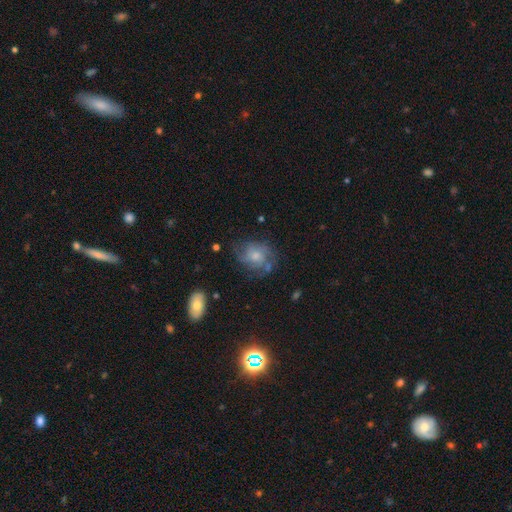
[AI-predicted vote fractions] The model was most divided on "bulge size": moderate: 44%, small: 42%, large: 7%, none: 6%, dominant: 1%. More confident: edge-on disk — no (97%); bar — no (78%); spiral arms — yes (76%); merging — none (58%); smooth or featured — featured or disk (57%).